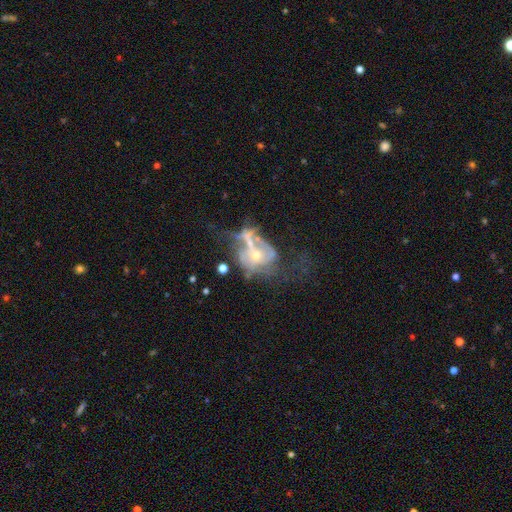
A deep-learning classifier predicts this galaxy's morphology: Smooth or featured? Predicted: featured or disk (p=0.69). Edge-on disk? Predicted: no (p=0.96). Bar? Predicted: no (p=0.76). Spiral arms? Predicted: yes (p=0.51). Bulge size? Predicted: small (p=0.52). Merging? Predicted: merger (p=0.35).